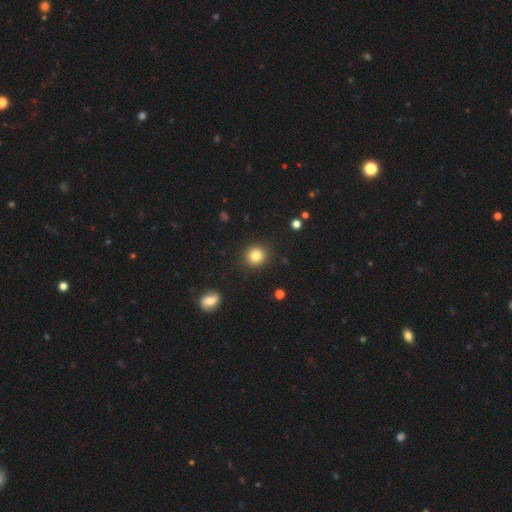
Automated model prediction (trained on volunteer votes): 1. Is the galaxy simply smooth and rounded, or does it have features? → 83% smooth, 11% star or artifact, 6% featured or disk.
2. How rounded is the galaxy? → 91% round, 8% in between, 1% cigar-shaped.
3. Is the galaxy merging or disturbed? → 91% none, 6% minor disturbance, 2% major disturbance, 1% merger.